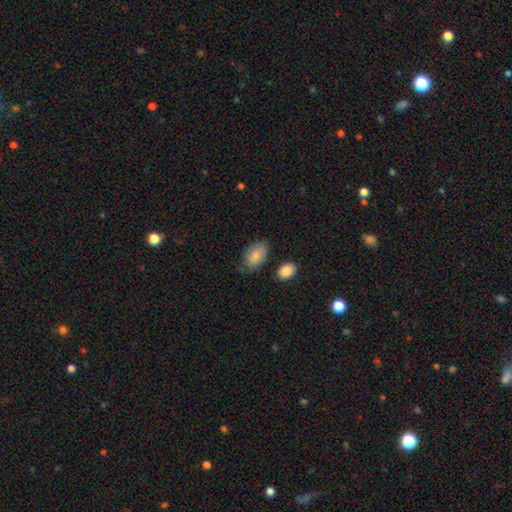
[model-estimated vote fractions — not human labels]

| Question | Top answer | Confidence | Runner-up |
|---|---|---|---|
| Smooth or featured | smooth | 85% | featured or disk (9%) |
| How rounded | in between | 92% | round (7%) |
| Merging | none | 67% | minor disturbance (24%) |